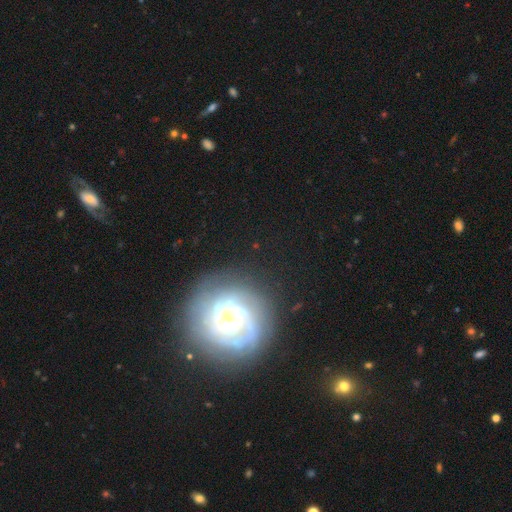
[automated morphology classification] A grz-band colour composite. It shows a featured or disk galaxy (57%) with no bar (45%), spiral arms (68%) and a moderate central bulge (54%). Merging: none (81%).